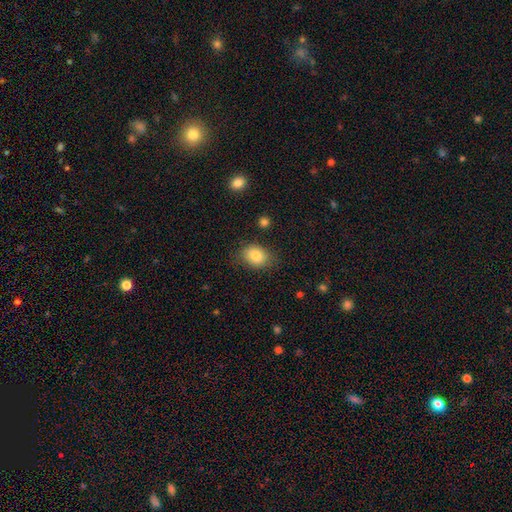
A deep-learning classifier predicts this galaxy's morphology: smooth 83%, star or artifact 9%, featured or disk 8%. Down the decision tree: how rounded — in between (62%); merging — none (77%).